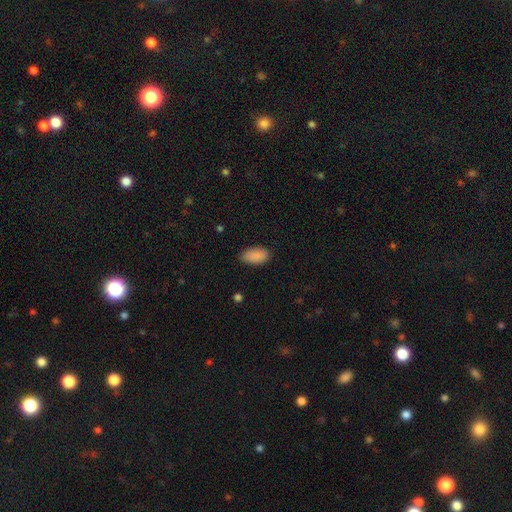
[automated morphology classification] smooth 90%, star or artifact 7%, featured or disk 3%. Down the decision tree: how rounded — in between (94%); merging — none (86%).